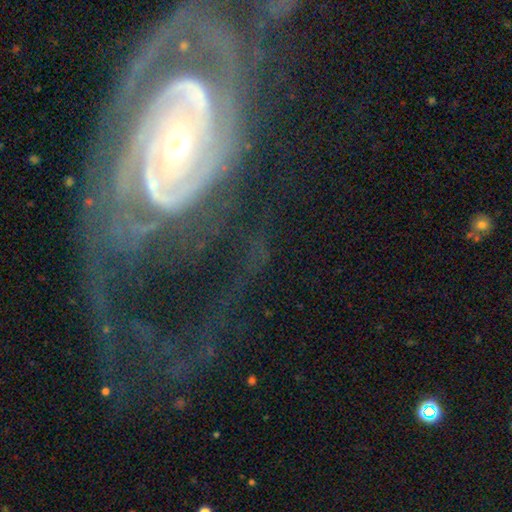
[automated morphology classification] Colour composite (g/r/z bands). It shows a featured or disk galaxy (86%) with no bar (57%), 2 (42%) tight (56%) spiral arms (94%) and a moderate central bulge (60%). Merging: none (48%).